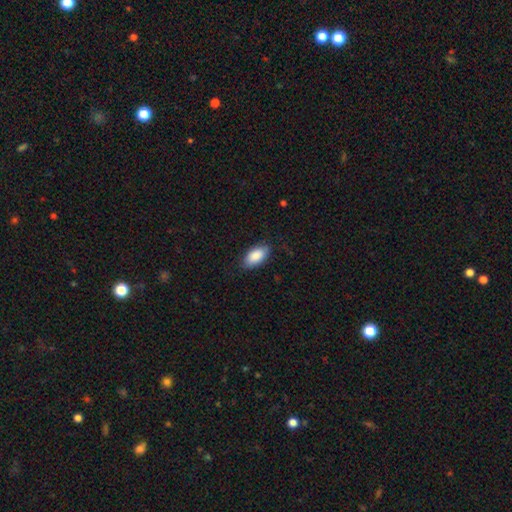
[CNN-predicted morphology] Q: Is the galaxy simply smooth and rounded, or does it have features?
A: smooth — 88%.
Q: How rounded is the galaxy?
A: in between — 93%.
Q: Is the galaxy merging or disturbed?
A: none — 82%.